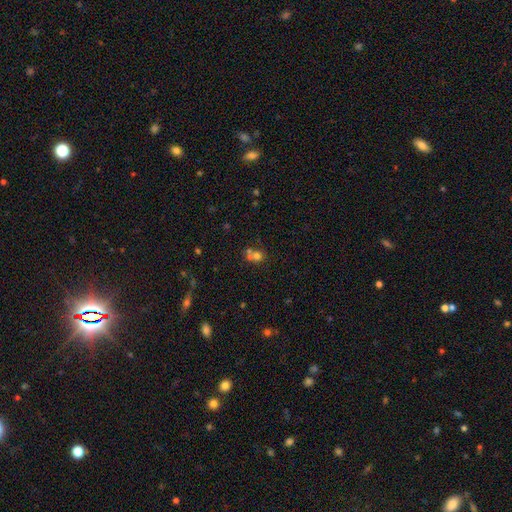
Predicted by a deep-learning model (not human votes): A smooth galaxy with no disk features (64%) that is round (77%).

Vote fractions:
- Smooth or featured? smooth: 64% / star or artifact: 20% / featured or disk: 17%
- How rounded? round: 77% / in between: 22% / cigar-shaped: 1%
- Merging? merger: 49% / none: 39% / minor disturbance: 7% / major disturbance: 4%